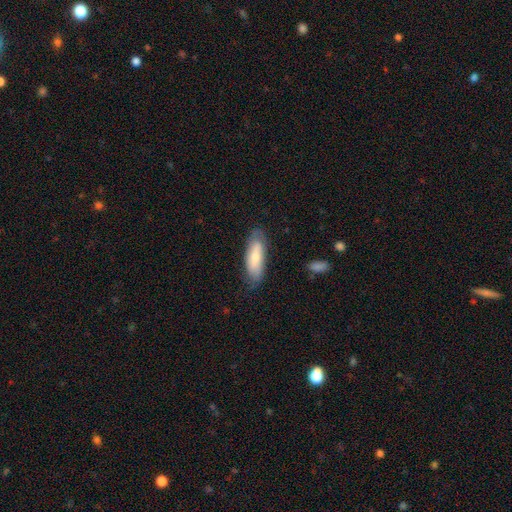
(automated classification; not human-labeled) Smooth or featured? Predicted: smooth (p=0.67). How rounded? Predicted: in between (p=0.59). Merging? Predicted: none (p=0.76).